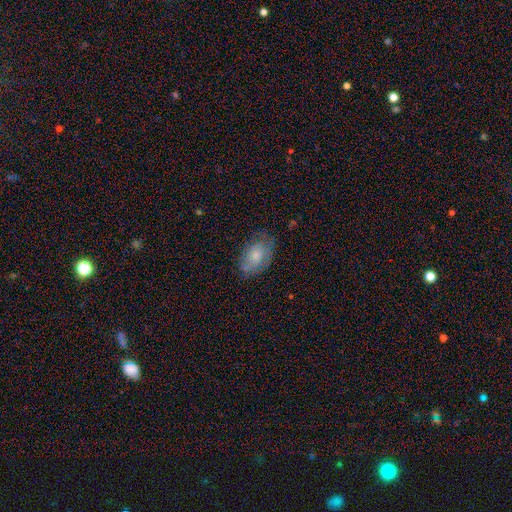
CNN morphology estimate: smooth_or_featured: smooth (p=0.64) [alt: featured or disk p=0.29]
how_rounded: in between (p=0.88) [alt: round p=0.10]
merging: none (p=0.61) [alt: minor disturbance p=0.28]